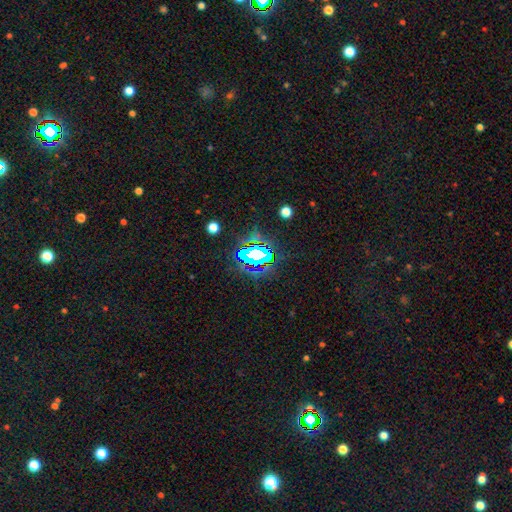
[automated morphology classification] Smooth or featured: star or artifact — 62% (smooth — 23%)